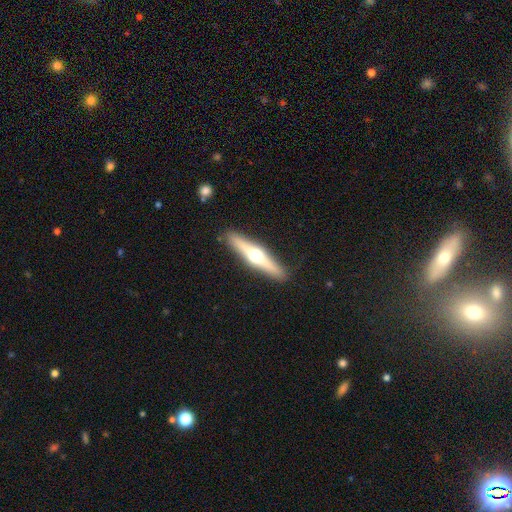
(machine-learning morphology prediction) smooth_or_featured: featured or disk (p=0.65) [alt: smooth p=0.30]
disk_edge_on: yes (p=0.95) [alt: no p=0.05]
edge_on_bulge: rounded (p=0.96) [alt: boxy p=0.02]
merging: none (p=0.90) [alt: minor disturbance p=0.07]